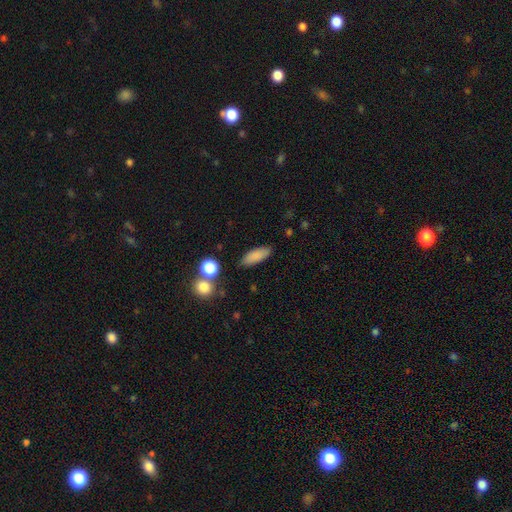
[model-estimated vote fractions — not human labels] smooth-or-featured: smooth: 84% | star or artifact: 9% | featured or disk: 7%
  how-rounded: in between: 67% | cigar-shaped: 30% | round: 3%
  merging: none: 85% | minor disturbance: 10% | merger: 3% | major disturbance: 3%